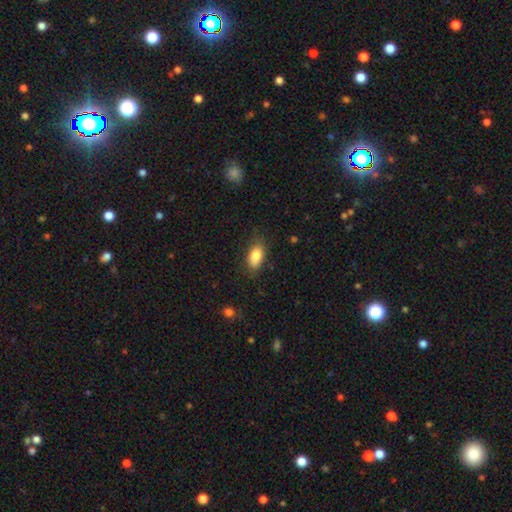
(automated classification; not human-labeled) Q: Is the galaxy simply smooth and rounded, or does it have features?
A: smooth — 83%.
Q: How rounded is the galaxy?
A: in between — 88%.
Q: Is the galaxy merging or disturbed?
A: none — 77%.